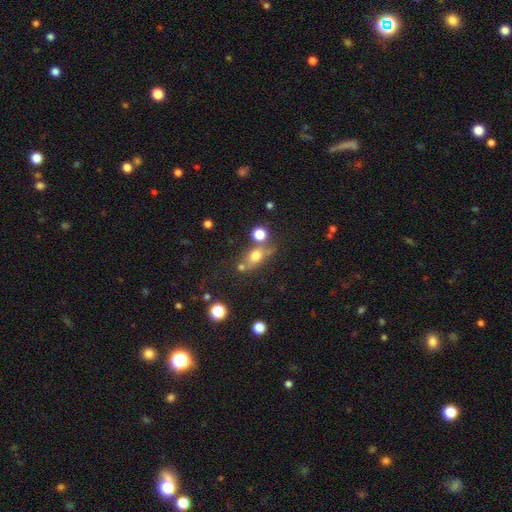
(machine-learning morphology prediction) smooth_or_featured: smooth (p=0.66) [alt: featured or disk p=0.19]
how_rounded: in between (p=0.53) [alt: round p=0.40]
merging: none (p=0.54) [alt: merger p=0.24]